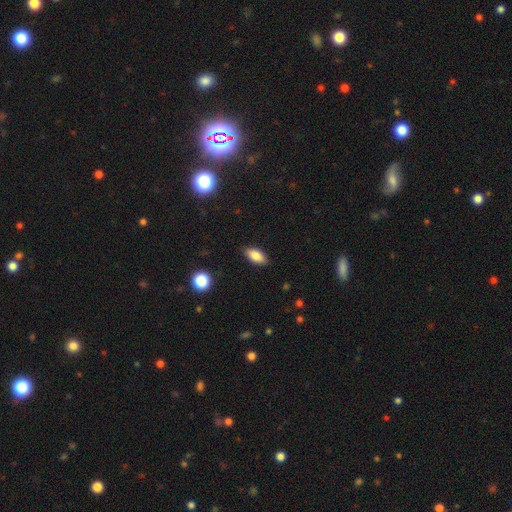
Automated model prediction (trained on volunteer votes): Smooth or featured? smooth (84%)
How rounded? in between (89%)
Merging? none (86%)